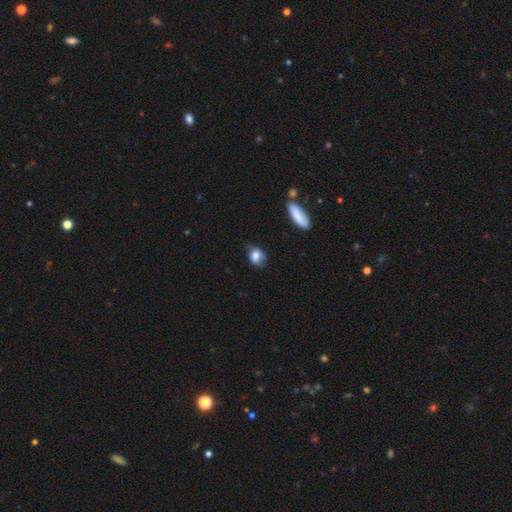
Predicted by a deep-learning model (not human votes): Smooth or featured? smooth (77%)
How rounded? in between (63%)
Merging? none (54%)